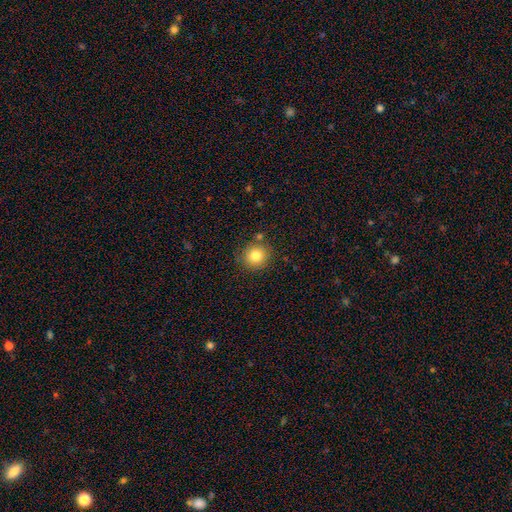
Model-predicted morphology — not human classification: Smooth or featured?
  - smooth: 81% *
  - star or artifact: 11%
  - featured or disk: 8%
How rounded?
  - round: 91% *
  - in between: 8%
  - cigar-shaped: 1%
Merging?
  - none: 83% *
  - minor disturbance: 9%
  - merger: 5%
  - major disturbance: 3%